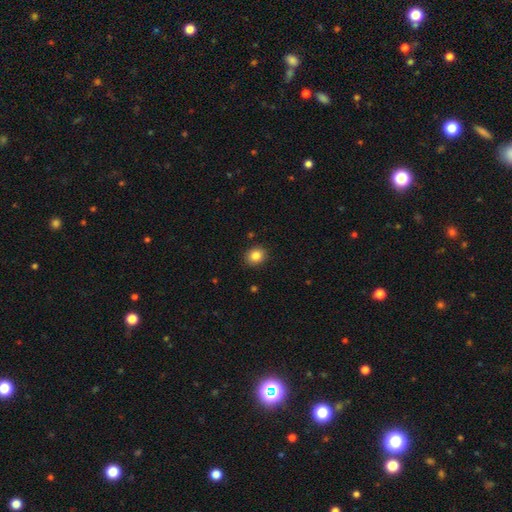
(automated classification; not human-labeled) smooth_or_featured: smooth (p=0.85) [alt: star or artifact p=0.10]
how_rounded: round (p=0.64) [alt: in between p=0.35]
merging: none (p=0.89) [alt: minor disturbance p=0.08]